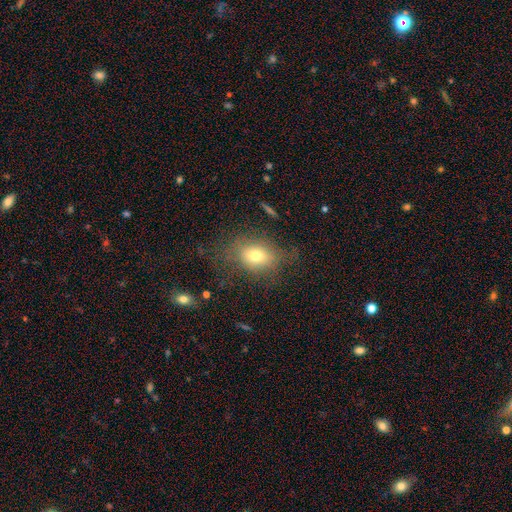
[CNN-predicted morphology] smooth 70%, featured or disk 17%, star or artifact 12%. Down the decision tree: how rounded — in between (63%); merging — none (62%).